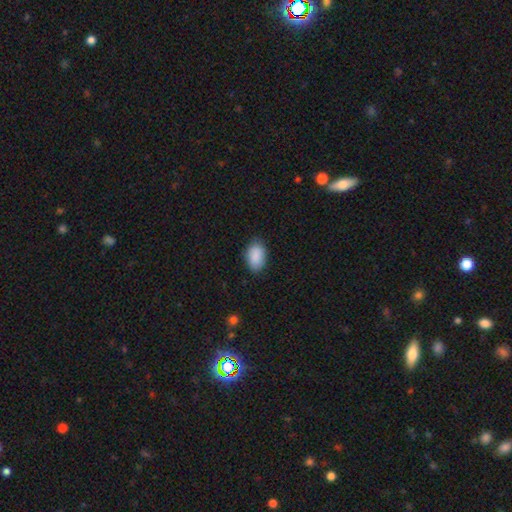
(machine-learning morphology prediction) This appears to be a smooth galaxy with no disk features (90%) that is in between round and cigar-shaped (91%). Merging: none (81%).